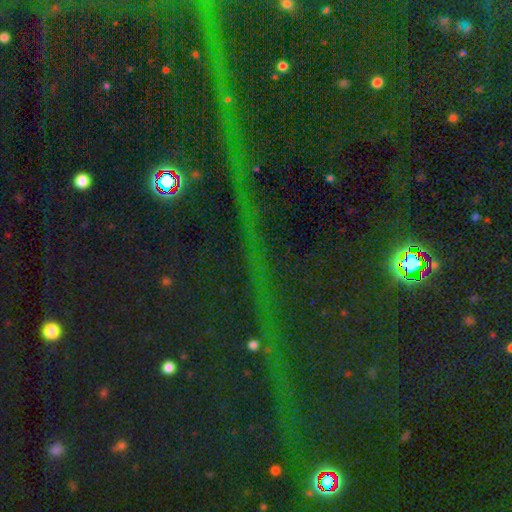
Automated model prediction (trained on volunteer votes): Smooth or featured? star or artifact (82%)